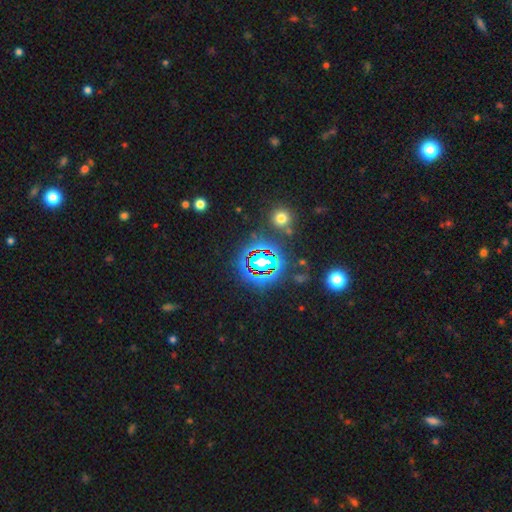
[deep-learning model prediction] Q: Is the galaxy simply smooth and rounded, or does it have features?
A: star or artifact — 76%.